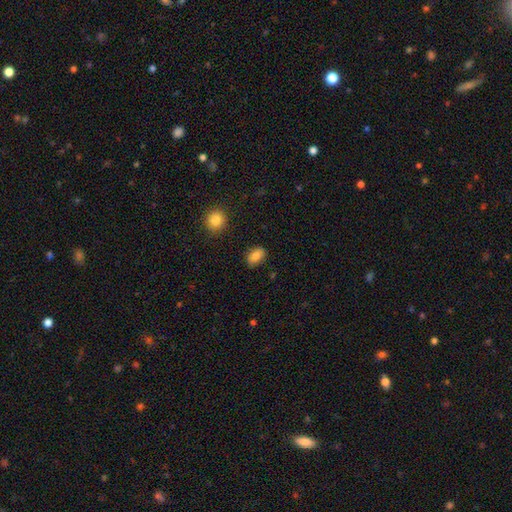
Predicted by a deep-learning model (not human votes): smooth-or-featured: smooth: 85% | star or artifact: 8% | featured or disk: 7%
  how-rounded: in between: 84% | round: 14% | cigar-shaped: 2%
  merging: none: 85% | minor disturbance: 11% | major disturbance: 2% | merger: 2%